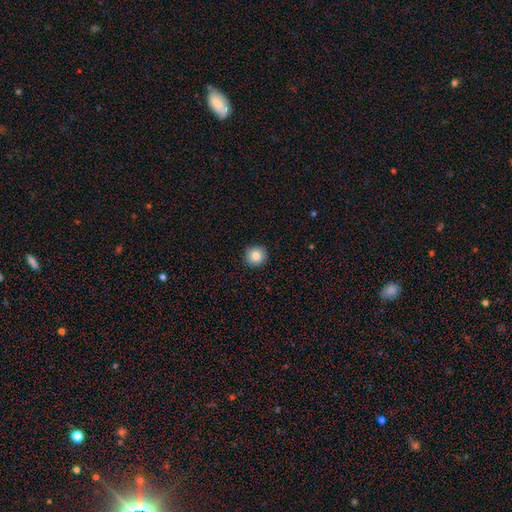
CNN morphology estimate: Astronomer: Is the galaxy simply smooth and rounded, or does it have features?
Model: smooth — 85%.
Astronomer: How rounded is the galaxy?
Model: round — 93%.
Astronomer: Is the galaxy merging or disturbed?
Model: none — 91%.